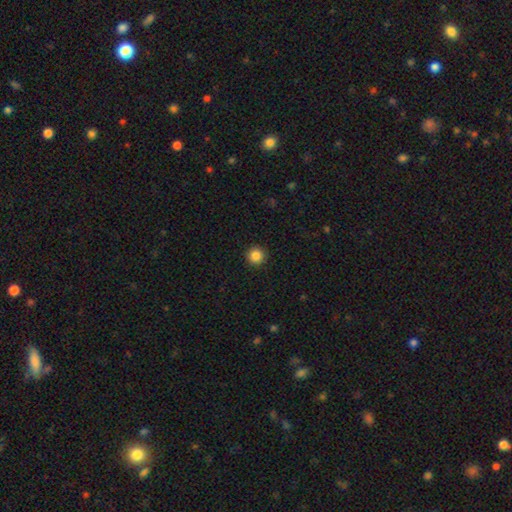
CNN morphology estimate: smooth-or-featured: smooth: 87% | star or artifact: 10% | featured or disk: 3%
  how-rounded: round: 96% | in between: 3% | cigar-shaped: 1%
  merging: none: 93% | minor disturbance: 5% | major disturbance: 2% | merger: 1%